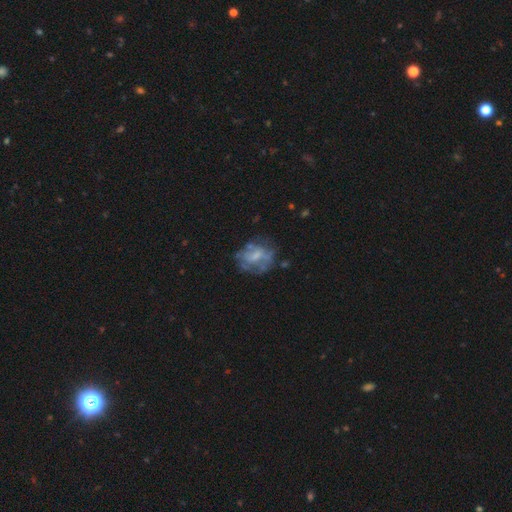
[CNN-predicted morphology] smooth-or-featured: featured or disk: 53% | smooth: 36% | star or artifact: 11%
  disk-edge-on: no: 97% | yes: 3%
    bar: no: 66% | weak: 27% | strong: 7%
    has-spiral-arms: no: 75% | yes: 25%
    bulge-size: none: 32% | small: 31% | moderate: 31% | large: 5% | dominant: 1%
  merging: none: 52% | minor disturbance: 22% | major disturbance: 21% | merger: 5%